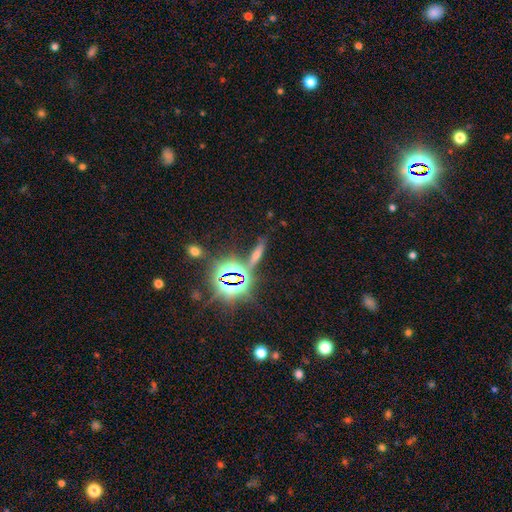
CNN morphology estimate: This appears to be a star or artifact, not a galaxy (45%).